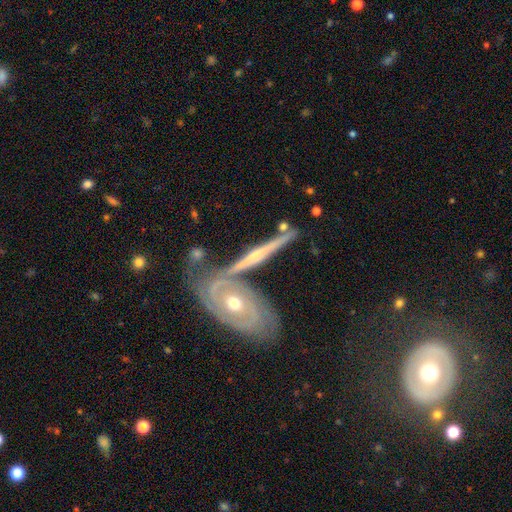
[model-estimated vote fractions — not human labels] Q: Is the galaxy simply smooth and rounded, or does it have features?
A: featured or disk — 81%.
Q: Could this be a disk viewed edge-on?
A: yes — 77%.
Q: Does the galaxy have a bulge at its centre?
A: rounded — 72%.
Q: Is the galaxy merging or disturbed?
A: none — 61%.